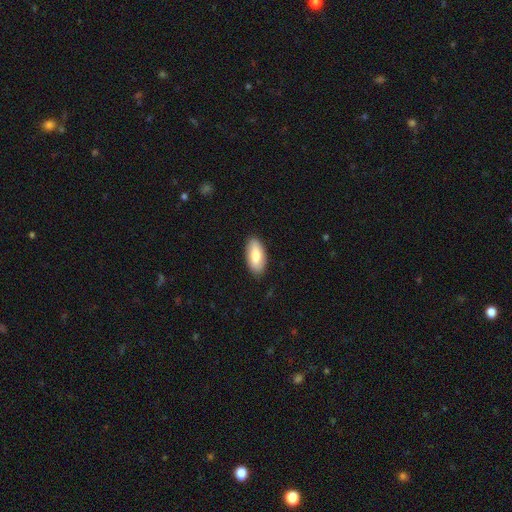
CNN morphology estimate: A smooth galaxy with no disk features (82%) that is in between round and cigar-shaped (91%).

Vote fractions:
- Smooth or featured? smooth: 82% / featured or disk: 12% / star or artifact: 5%
- How rounded? in between: 91% / cigar-shaped: 7% / round: 2%
- Merging? none: 86% / minor disturbance: 11% / major disturbance: 2% / merger: 1%